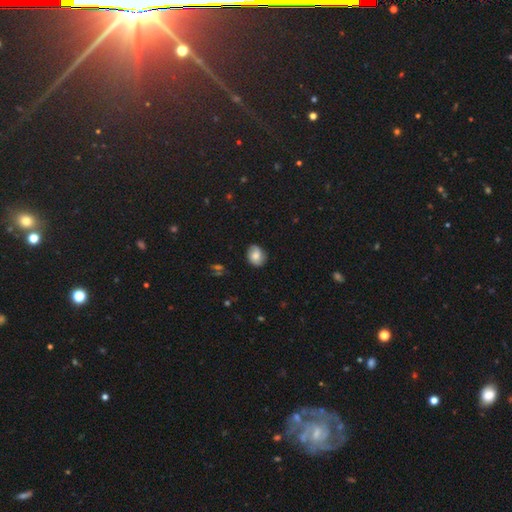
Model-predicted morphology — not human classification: Smooth or featured?
  - smooth: 70% *
  - featured or disk: 22%
  - star or artifact: 9%
How rounded?
  - round: 52% *
  - in between: 47%
  - cigar-shaped: 1%
Merging?
  - none: 78% *
  - minor disturbance: 17%
  - major disturbance: 3%
  - merger: 1%